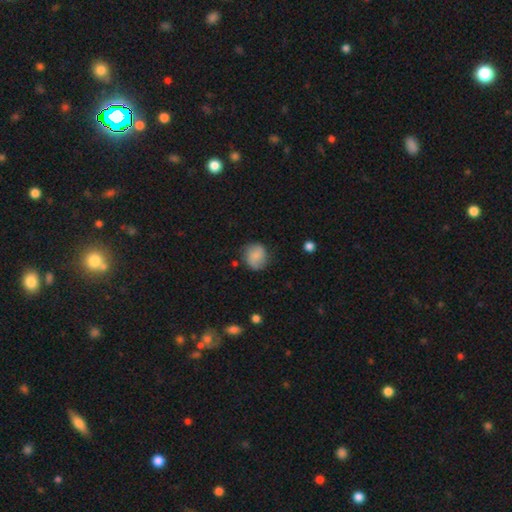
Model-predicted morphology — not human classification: smooth_or_featured: smooth (p=0.76) [alt: featured or disk p=0.17]
how_rounded: round (p=0.78) [alt: in between p=0.21]
merging: none (p=0.71) [alt: minor disturbance p=0.22]